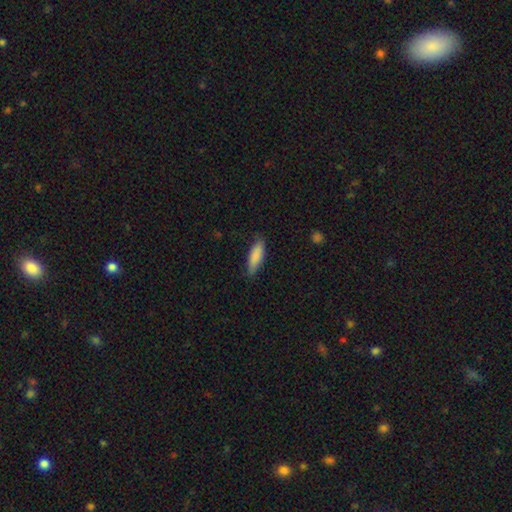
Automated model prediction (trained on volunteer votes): Smooth or featured? Predicted: smooth (p=0.86). How rounded? Predicted: in between (p=0.50). Merging? Predicted: none (p=0.78).